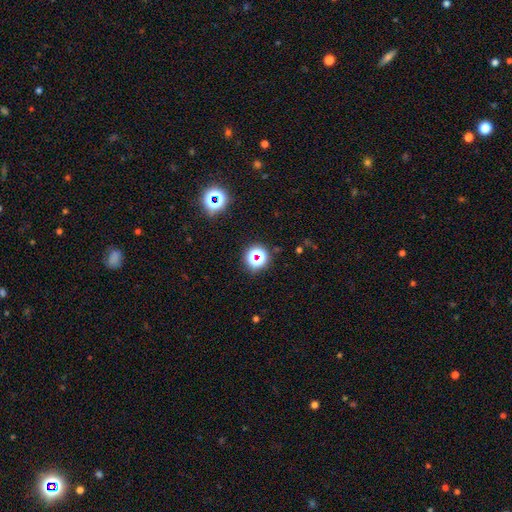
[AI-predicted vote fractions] Overall: star or artifact (59%; smooth 32%).